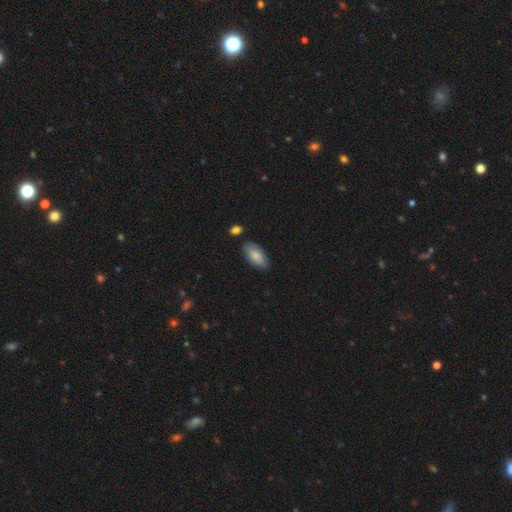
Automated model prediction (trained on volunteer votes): Smooth or featured? smooth (83%)
How rounded? in between (92%)
Merging? none (80%)